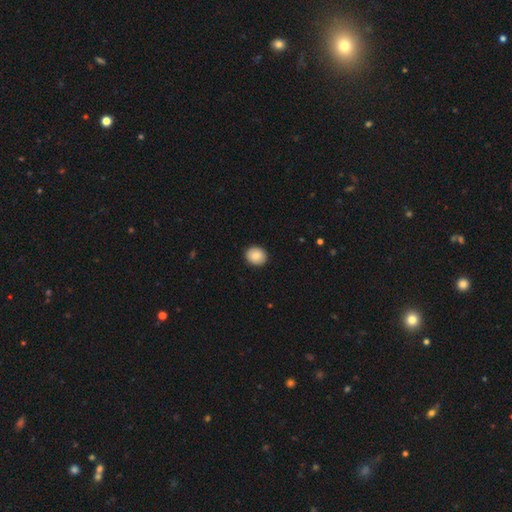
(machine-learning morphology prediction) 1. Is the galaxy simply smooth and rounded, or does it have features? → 86% smooth, 8% star or artifact, 7% featured or disk.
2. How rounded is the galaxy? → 70% round, 29% in between, 1% cigar-shaped.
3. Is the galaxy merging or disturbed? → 92% none, 6% minor disturbance, 2% major disturbance, 1% merger.